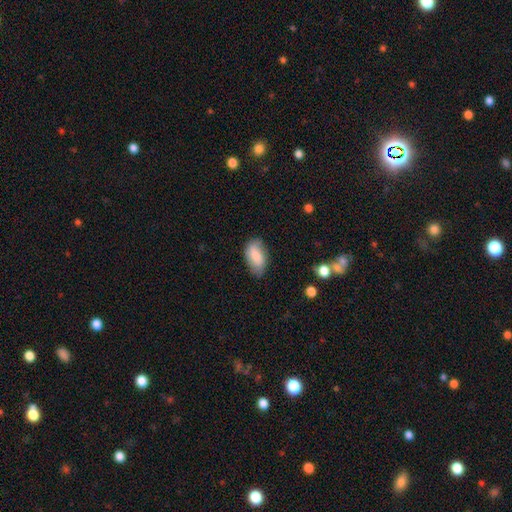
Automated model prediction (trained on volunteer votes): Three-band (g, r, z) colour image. It shows a smooth galaxy with no disk features (82%) that is in between round and cigar-shaped (93%). Merging: none (71%).